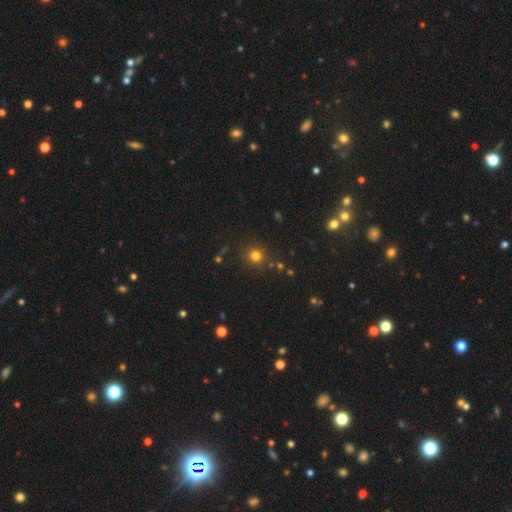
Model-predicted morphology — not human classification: A smooth galaxy with no disk features (75%) that is round (90%).

Vote fractions:
- Smooth or featured? smooth: 75% / star or artifact: 19% / featured or disk: 6%
- How rounded? round: 90% / in between: 9% / cigar-shaped: 1%
- Merging? none: 85% / minor disturbance: 8% / merger: 4% / major disturbance: 3%